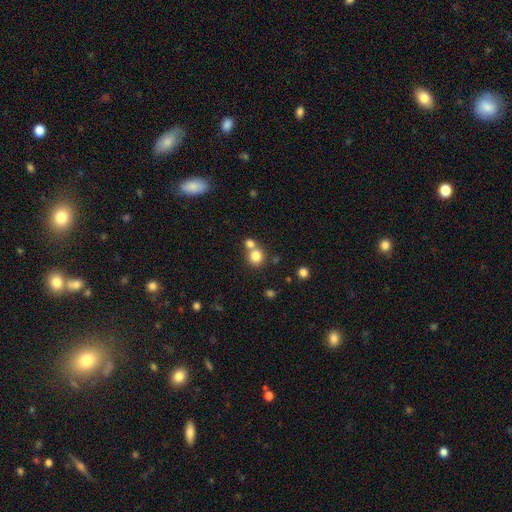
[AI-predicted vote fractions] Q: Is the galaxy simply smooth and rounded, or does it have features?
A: smooth — 81%.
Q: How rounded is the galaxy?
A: round — 87%.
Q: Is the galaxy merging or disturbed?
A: none — 56%.